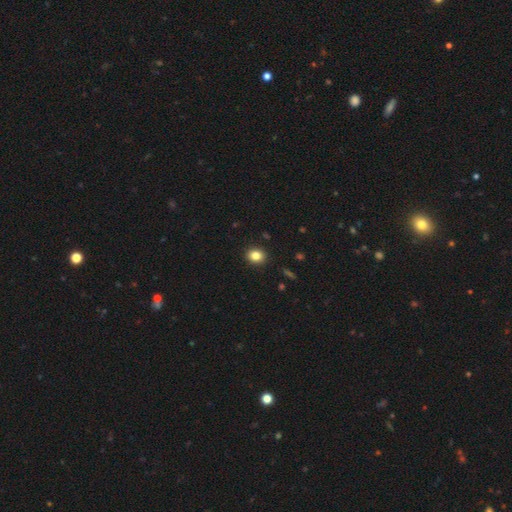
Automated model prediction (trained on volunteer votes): smooth 84%, star or artifact 10%, featured or disk 6%. Down the decision tree: how rounded — round (65%); merging — none (91%).